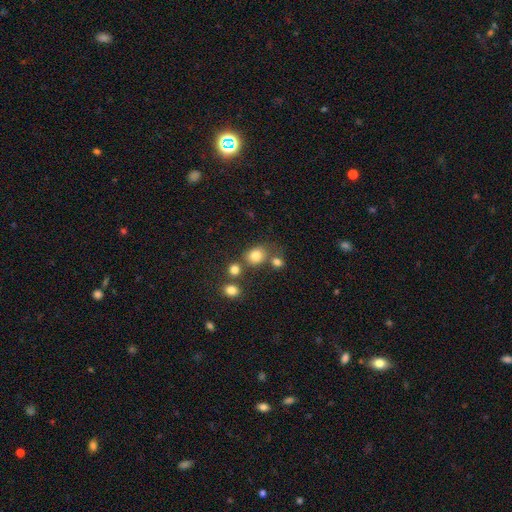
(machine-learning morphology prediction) This is likely a smooth galaxy (79%). How rounded: likely round (63%). Merging: likely none (63%).